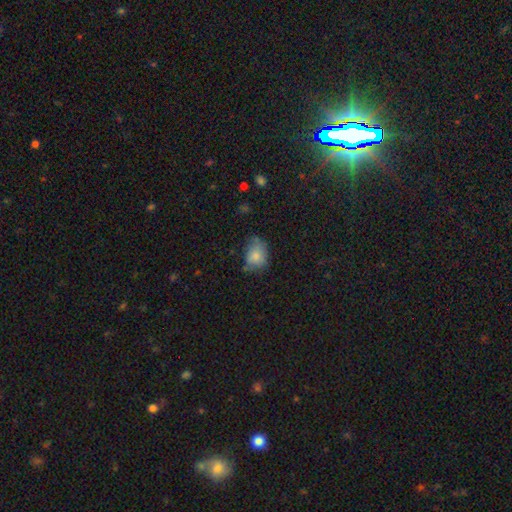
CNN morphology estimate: Smooth or featured: smooth — 81% (featured or disk — 10%)
How rounded: in between — 64% (round — 35%)
Merging: none — 49% (minor disturbance — 36%)